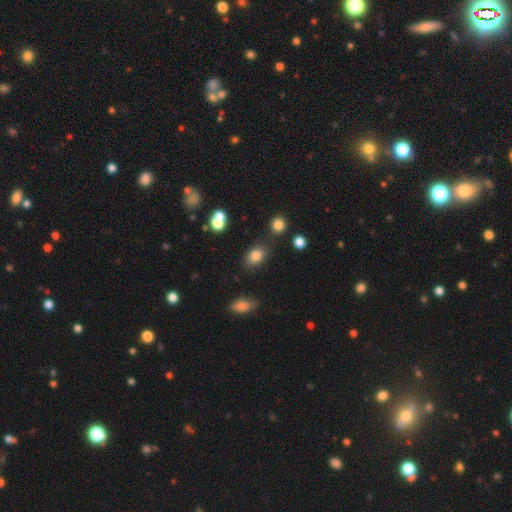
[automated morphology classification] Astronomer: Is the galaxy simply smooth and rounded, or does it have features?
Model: smooth — 81%.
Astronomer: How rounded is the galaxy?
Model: in between — 72%.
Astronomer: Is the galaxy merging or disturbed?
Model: none — 75%.